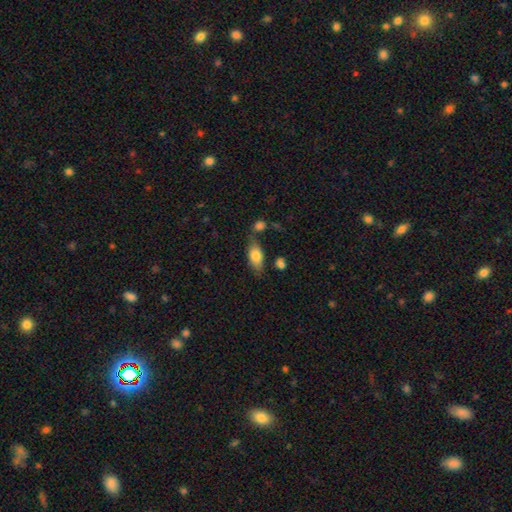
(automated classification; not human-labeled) Smooth or featured?
  - smooth: 77% *
  - featured or disk: 16%
  - star or artifact: 7%
How rounded?
  - in between: 86% *
  - cigar-shaped: 11%
  - round: 4%
Merging?
  - none: 67% *
  - minor disturbance: 18%
  - merger: 11%
  - major disturbance: 5%